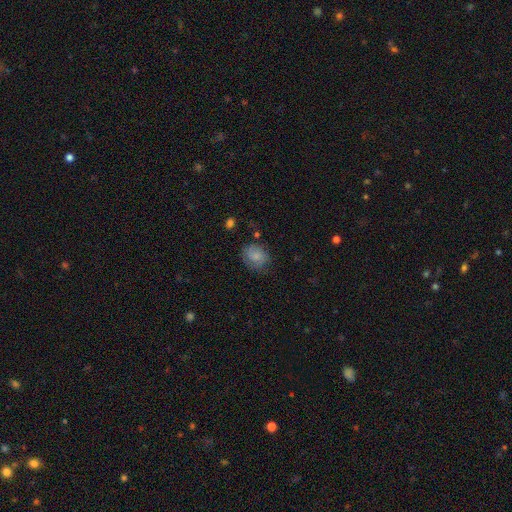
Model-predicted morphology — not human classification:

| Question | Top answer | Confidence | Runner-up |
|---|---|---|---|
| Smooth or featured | smooth | 65% | featured or disk (26%) |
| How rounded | round | 64% | in between (35%) |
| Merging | none | 69% | minor disturbance (22%) |